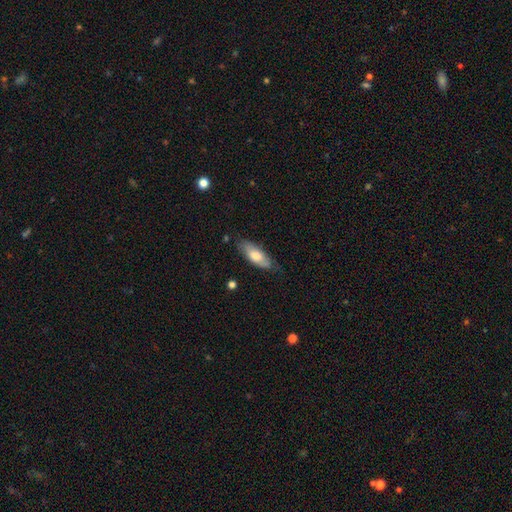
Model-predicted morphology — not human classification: This is likely a smooth galaxy (70%). How rounded: likely in between (71%). Merging: likely none (74%).